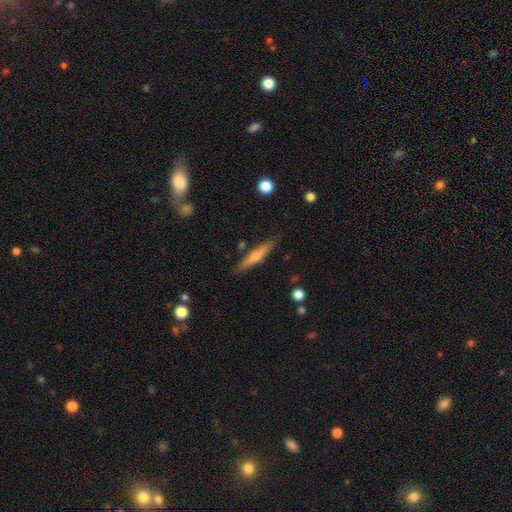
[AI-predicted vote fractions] Smooth or featured? featured or disk (56%)
Edge-on disk? yes (95%)
Edge-on bulge? rounded (82%)
Merging? none (87%)